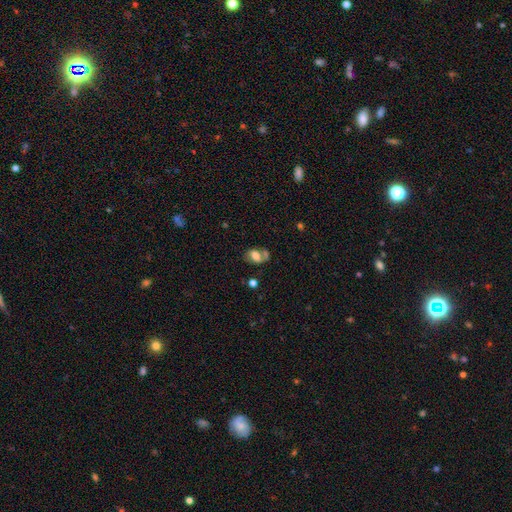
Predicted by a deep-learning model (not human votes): A smooth galaxy with no disk features (62%) that is in between round and cigar-shaped (81%). Merging: none (37%).